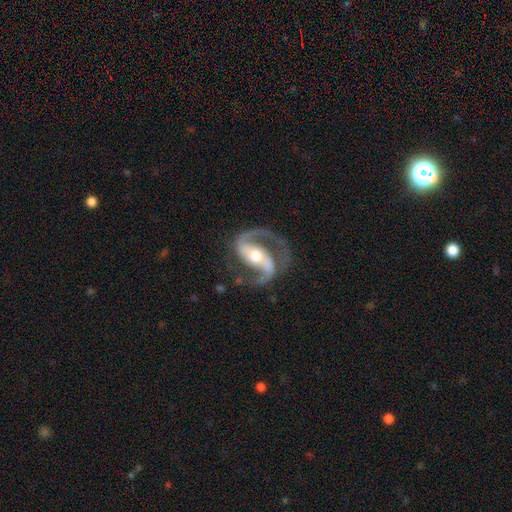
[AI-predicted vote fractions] This appears to be a featured or disk galaxy (92%) with a strong bar (49%), 2 (93%) medium (61%) spiral arms (98%) and a moderate central bulge (70%). Merging: none (77%).